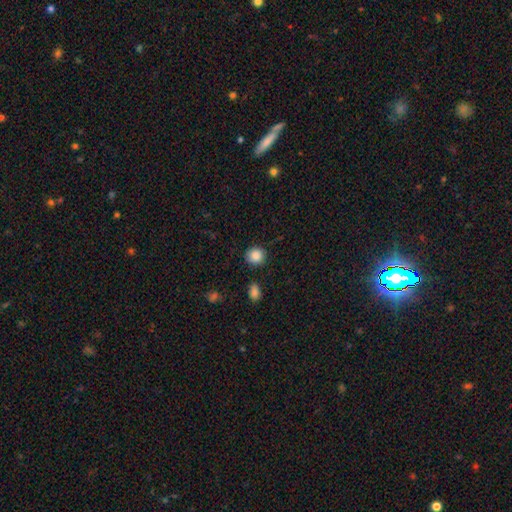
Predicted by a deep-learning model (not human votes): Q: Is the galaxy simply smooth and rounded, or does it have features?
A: smooth — 87%.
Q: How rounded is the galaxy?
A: round — 89%.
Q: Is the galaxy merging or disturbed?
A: none — 88%.